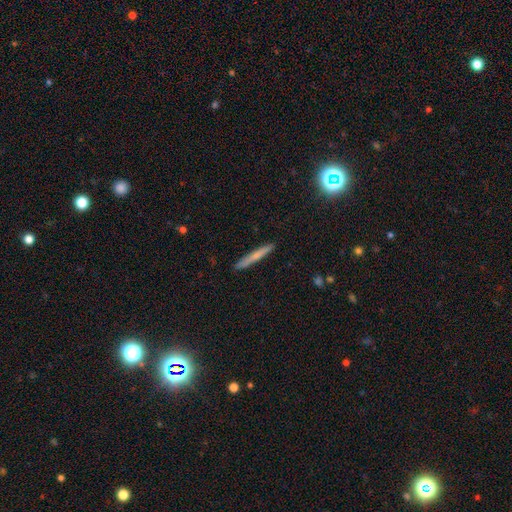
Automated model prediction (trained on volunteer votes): smooth-or-featured: smooth: 58% | featured or disk: 35% | star or artifact: 7%
  how-rounded: cigar-shaped: 96% | in between: 2% | round: 2%
  merging: none: 91% | minor disturbance: 7% | major disturbance: 1% | merger: 1%